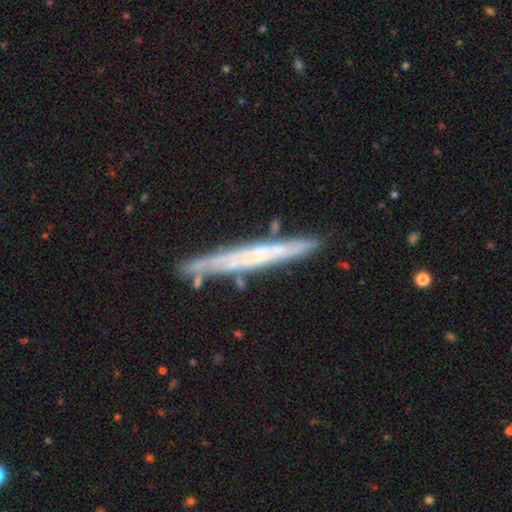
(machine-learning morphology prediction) A featured or disk galaxy (62%) viewed edge-on (90%) with no central bulge (79%). Merging: none (82%).